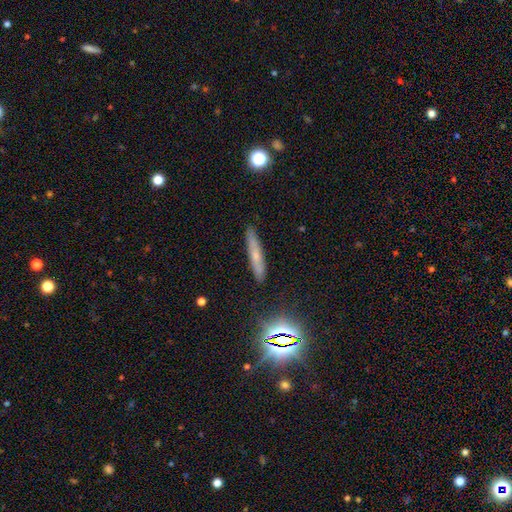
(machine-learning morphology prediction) This appears to be a smooth galaxy with no disk features (52%) that is cigar-shaped (91%). Merging: none (85%).